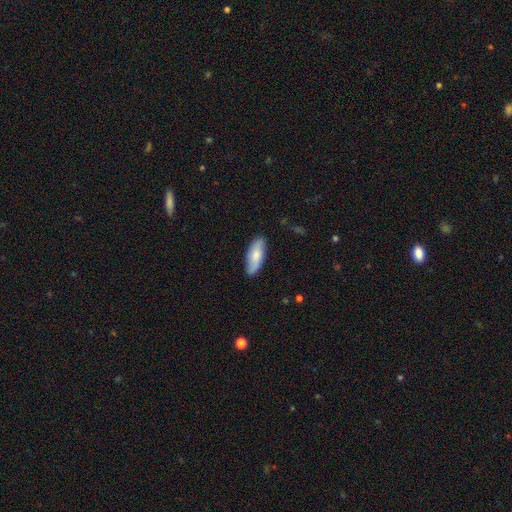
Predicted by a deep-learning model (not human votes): Q: Smooth or featured?
A: smooth (69%); runner-up: featured or disk (25%)
Q: How rounded?
A: in between (72%); runner-up: cigar-shaped (26%)
Q: Merging?
A: none (84%); runner-up: minor disturbance (13%)